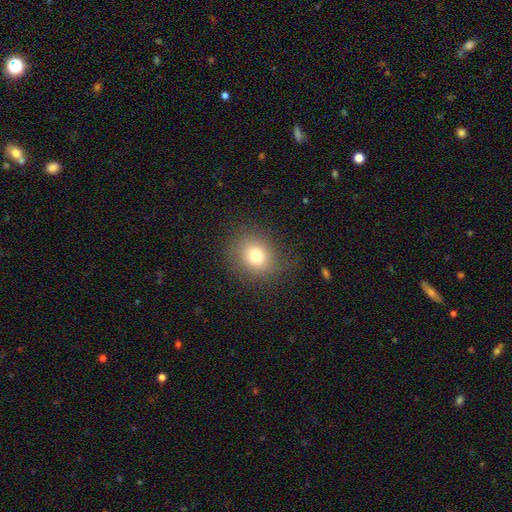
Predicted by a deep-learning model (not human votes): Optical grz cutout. It shows a smooth galaxy with no disk features (76%) that is round (75%). Merging: none (80%).